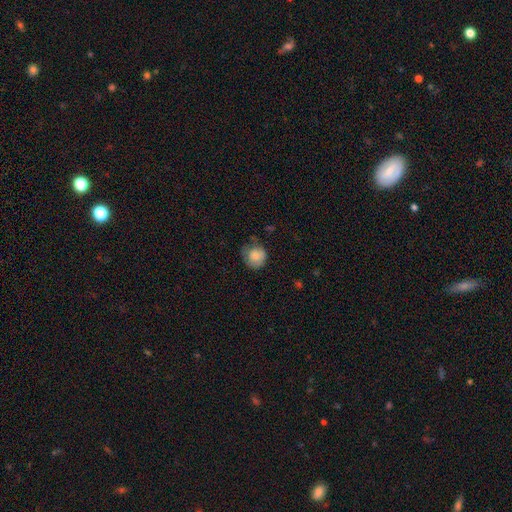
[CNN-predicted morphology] Smooth or featured? Predicted: smooth (p=0.78). How rounded? Predicted: round (p=0.86). Merging? Predicted: none (p=0.53).